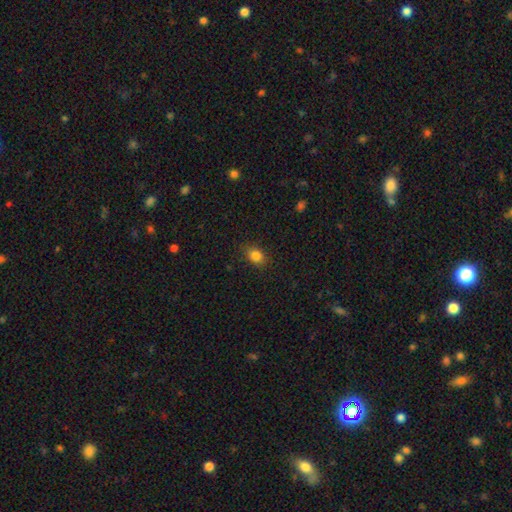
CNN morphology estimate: A smooth galaxy with no disk features (83%) that is in between round and cigar-shaped (63%).

Vote fractions:
- Smooth or featured? smooth: 83% / star or artifact: 11% / featured or disk: 5%
- How rounded? in between: 63% / round: 35% / cigar-shaped: 1%
- Merging? none: 84% / minor disturbance: 12% / major disturbance: 3% / merger: 1%